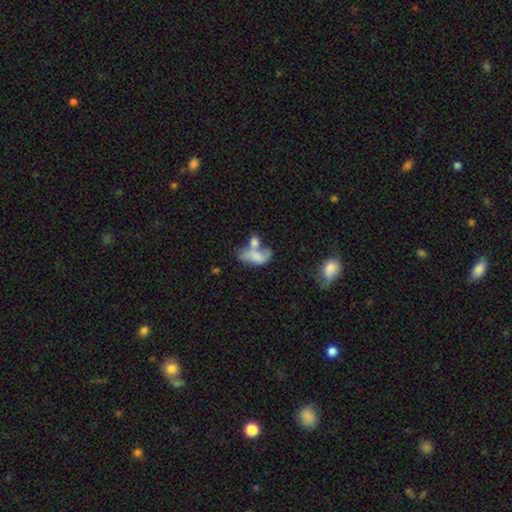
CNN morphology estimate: Smooth or featured? Predicted: smooth (p=0.61). How rounded? Predicted: in between (p=0.88). Merging? Predicted: merger (p=0.50).